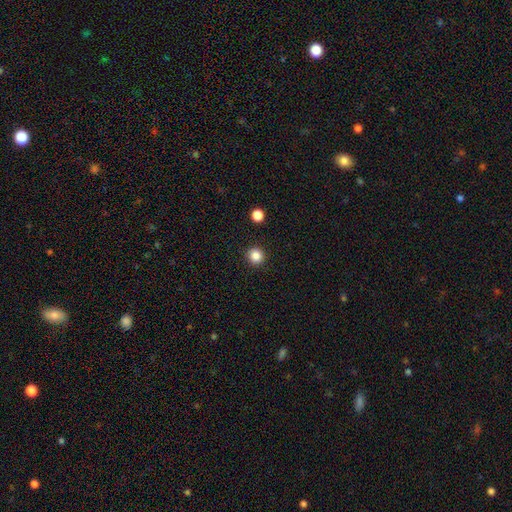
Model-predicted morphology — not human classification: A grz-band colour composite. It shows a smooth galaxy with no disk features (86%) that is round (93%). Merging: none (92%).